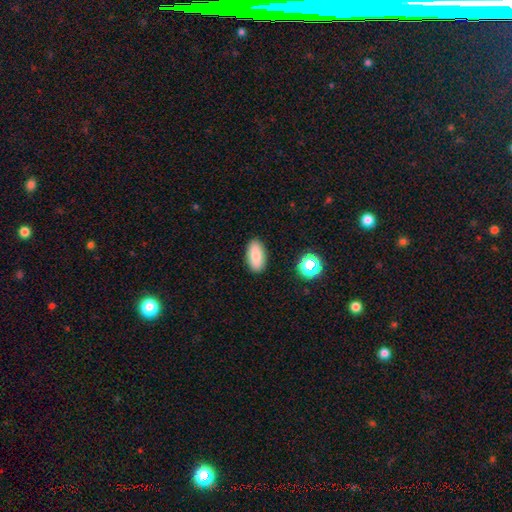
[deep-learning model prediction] Overall: smooth (83%). How rounded: in between (90%). Merging: none (88%).